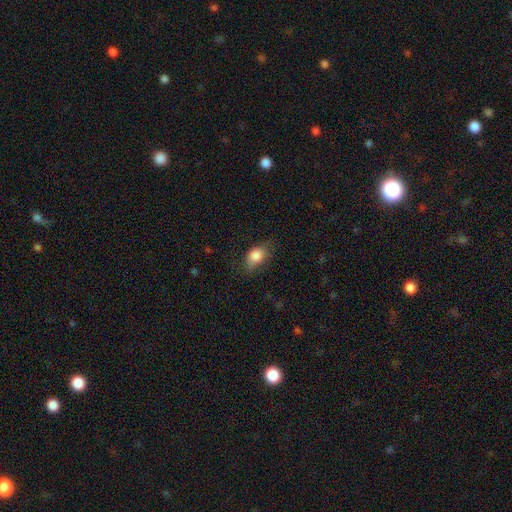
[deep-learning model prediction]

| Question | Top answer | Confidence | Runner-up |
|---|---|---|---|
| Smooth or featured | smooth | 83% | featured or disk (9%) |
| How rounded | in between | 80% | round (18%) |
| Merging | none | 64% | minor disturbance (26%) |